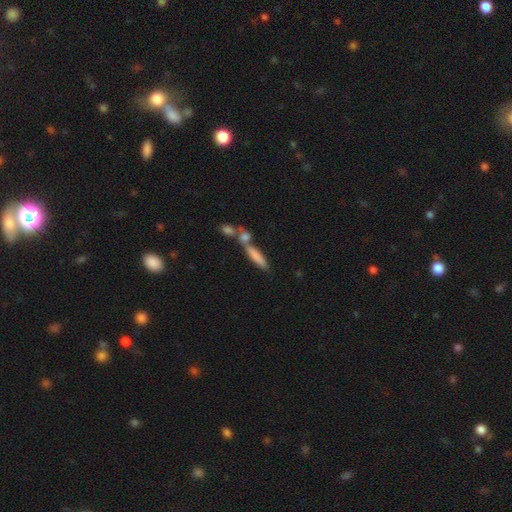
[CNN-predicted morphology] This is likely a smooth galaxy (74%). How rounded: likely cigar-shaped (76%). Merging: marginally merger (45%).